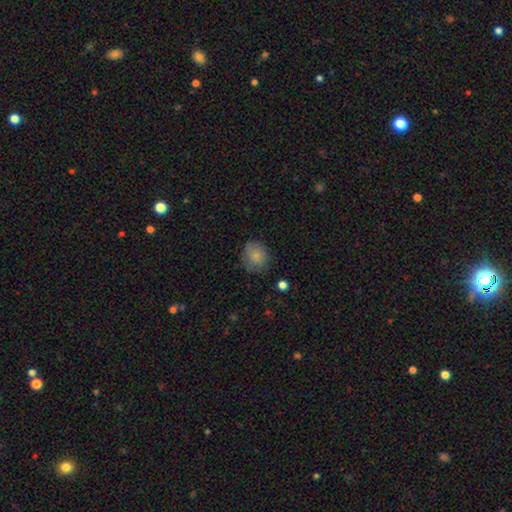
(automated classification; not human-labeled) This appears to be a smooth galaxy with no disk features (79%) that is round (77%). Merging: none (71%).